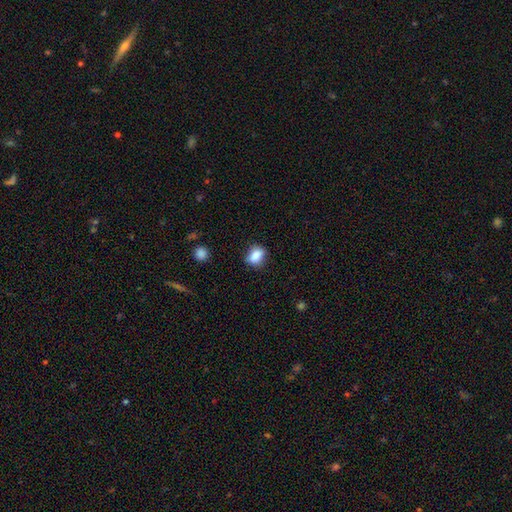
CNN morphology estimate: smooth_or_featured: smooth (p=0.84) [alt: star or artifact p=0.09]
how_rounded: in between (p=0.64) [alt: round p=0.33]
merging: none (p=0.71) [alt: minor disturbance p=0.22]